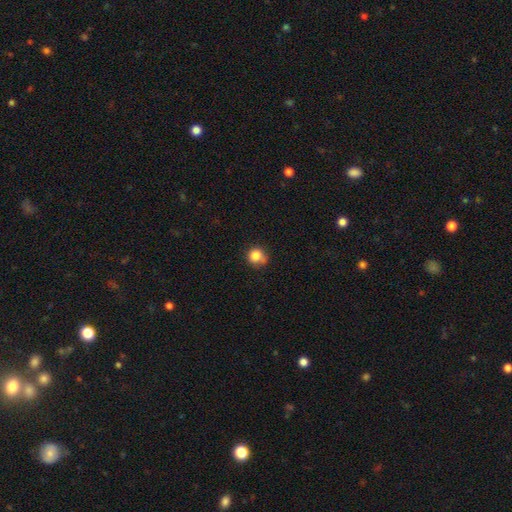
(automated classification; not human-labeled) Smooth or featured: smooth — 83% (star or artifact — 11%)
How rounded: round — 87% (in between — 12%)
Merging: none — 62% (minor disturbance — 24%)